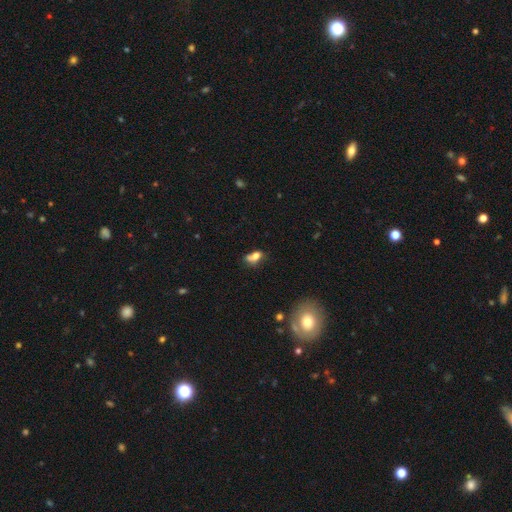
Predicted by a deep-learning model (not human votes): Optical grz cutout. It shows a smooth galaxy with no disk features (69%) that is in between round and cigar-shaped (74%). Merging: merger (32%).